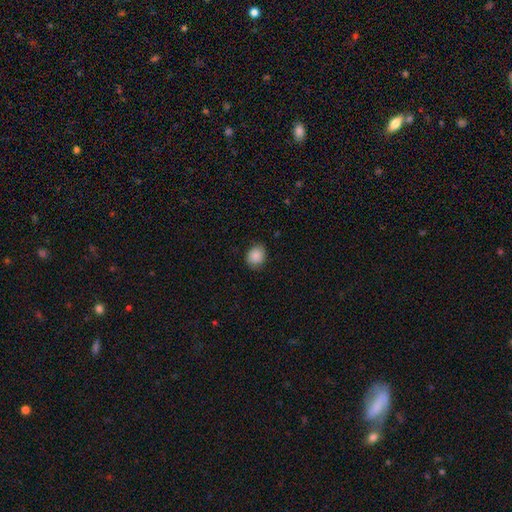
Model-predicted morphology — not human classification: This is clearly a smooth galaxy (87%). How rounded: likely round (64%). Merging: clearly none (82%).